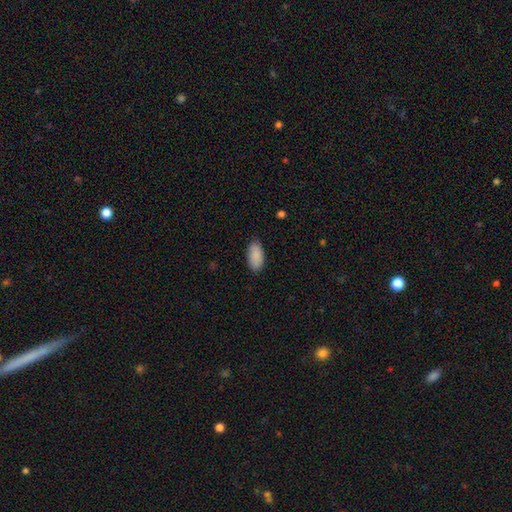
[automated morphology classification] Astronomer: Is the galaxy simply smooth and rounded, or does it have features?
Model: smooth — 90%.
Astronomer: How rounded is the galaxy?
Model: in between — 93%.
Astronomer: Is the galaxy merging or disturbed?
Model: none — 85%.